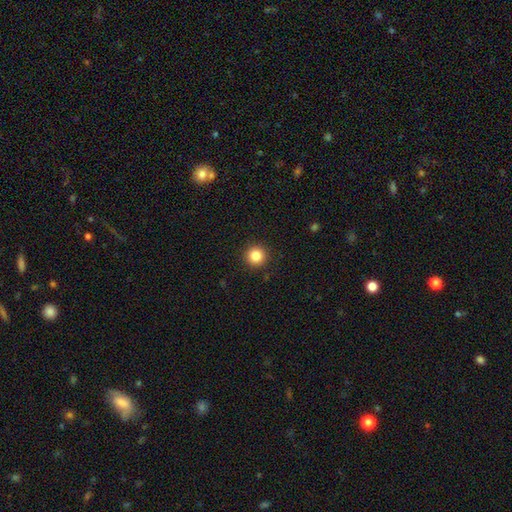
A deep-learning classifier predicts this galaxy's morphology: smooth 85%, star or artifact 11%, featured or disk 4%. Down the decision tree: how rounded — round (96%); merging — none (93%).